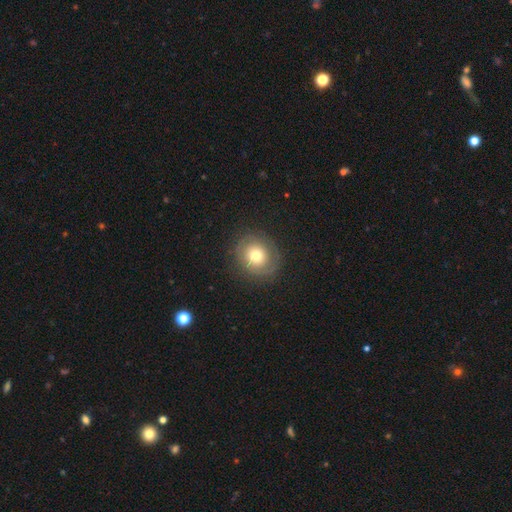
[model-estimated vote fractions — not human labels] Morphology: type=smooth (57%); roundness=round (82%); merging=none (82%).